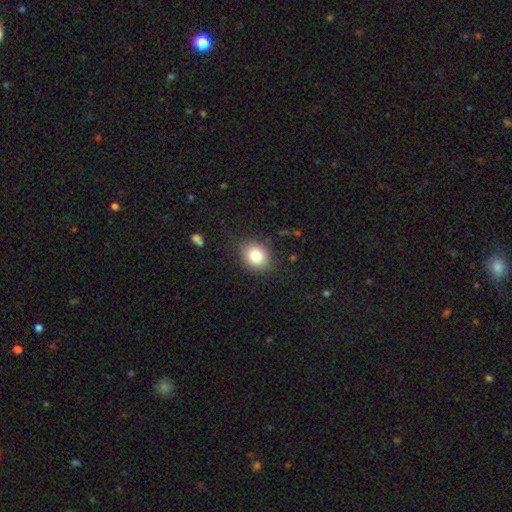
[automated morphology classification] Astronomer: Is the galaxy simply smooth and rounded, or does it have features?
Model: smooth — 81%.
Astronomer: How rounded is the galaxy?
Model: round — 61% (runner-up: in between, 38%).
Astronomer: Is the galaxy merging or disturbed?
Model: none — 85%.